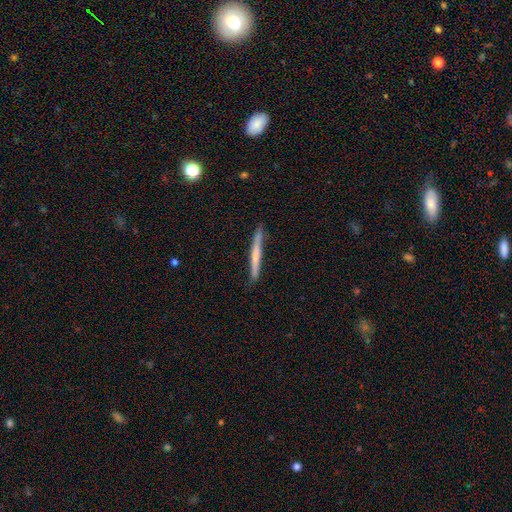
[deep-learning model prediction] smooth 54%, featured or disk 40%, star or artifact 5%. Down the decision tree: how rounded — cigar-shaped (97%); merging — none (88%).